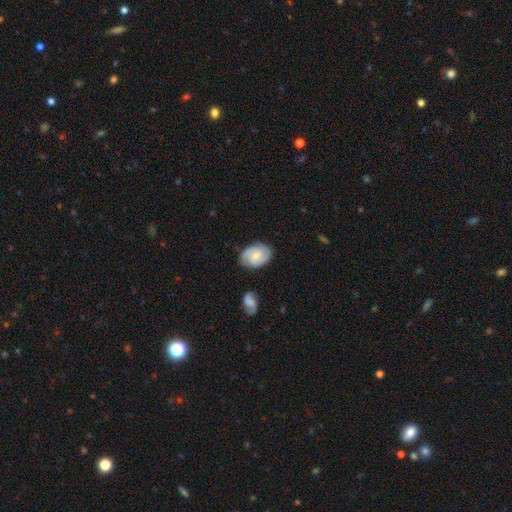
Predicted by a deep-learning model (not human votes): A featured or disk galaxy (61%) with no bar (55%), 2 (69%) tight (48%) spiral arms (93%) and a small central bulge (52%). Merging: none (78%).